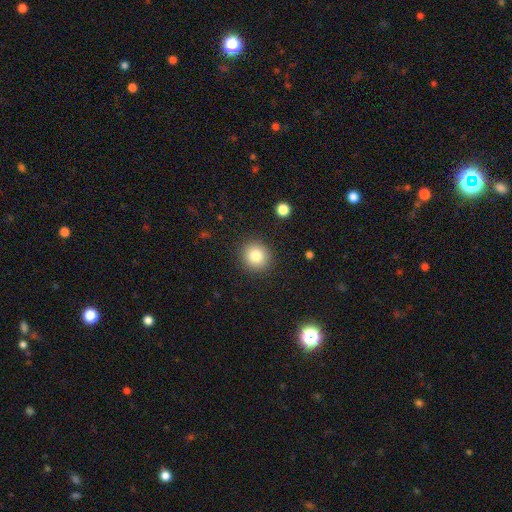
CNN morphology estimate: smooth-or-featured: smooth: 82% | star or artifact: 10% | featured or disk: 7%
  how-rounded: round: 90% | in between: 9% | cigar-shaped: 1%
  merging: none: 90% | minor disturbance: 6% | major disturbance: 2% | merger: 1%